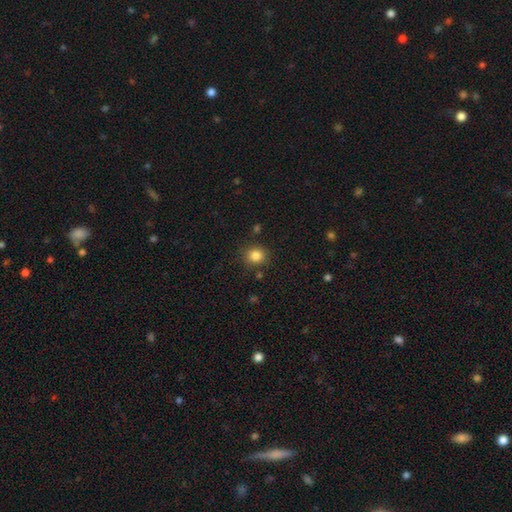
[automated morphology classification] Smooth or featured? Predicted: smooth (p=0.84). How rounded? Predicted: round (p=0.85). Merging? Predicted: none (p=0.83).